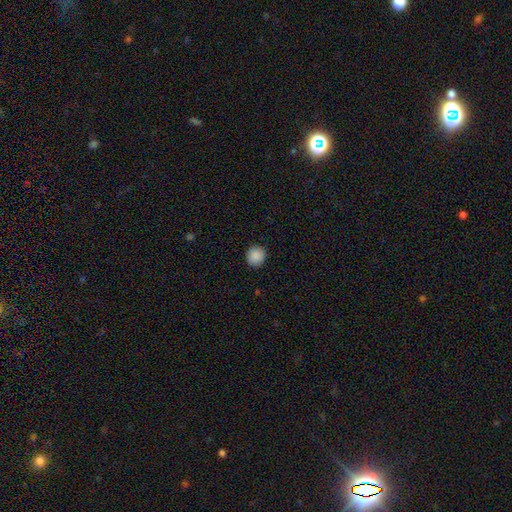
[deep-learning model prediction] Smooth or featured?
  - smooth: 89% *
  - star or artifact: 8%
  - featured or disk: 3%
How rounded?
  - round: 92% *
  - in between: 7%
  - cigar-shaped: 1%
Merging?
  - none: 91% *
  - minor disturbance: 7%
  - major disturbance: 2%
  - merger: 1%